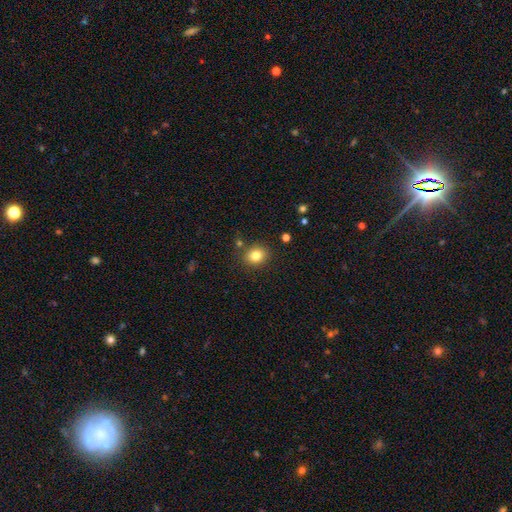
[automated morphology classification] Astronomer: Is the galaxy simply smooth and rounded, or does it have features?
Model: smooth — 81%.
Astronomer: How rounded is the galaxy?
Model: round — 66%.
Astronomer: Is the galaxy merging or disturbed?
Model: none — 83%.